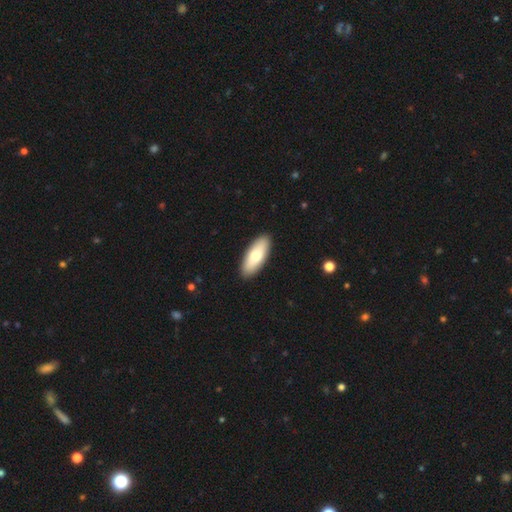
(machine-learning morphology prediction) The model was most divided on "smooth or featured": smooth: 75%, featured or disk: 20%, star or artifact: 5%. More confident: merging — none (91%); how rounded — in between (78%).